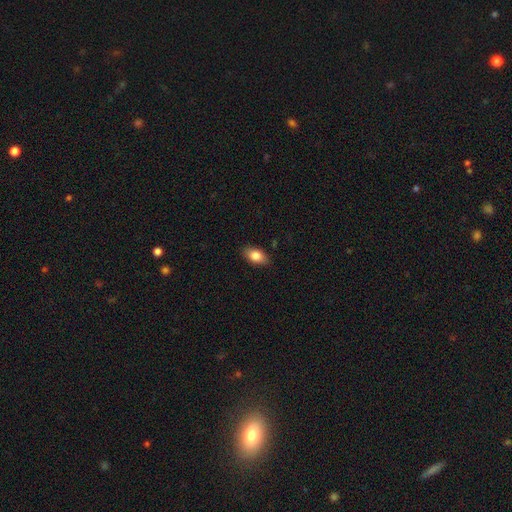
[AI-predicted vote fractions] A smooth galaxy with no disk features (83%) that is in between round and cigar-shaped (89%). Merging: none (85%).